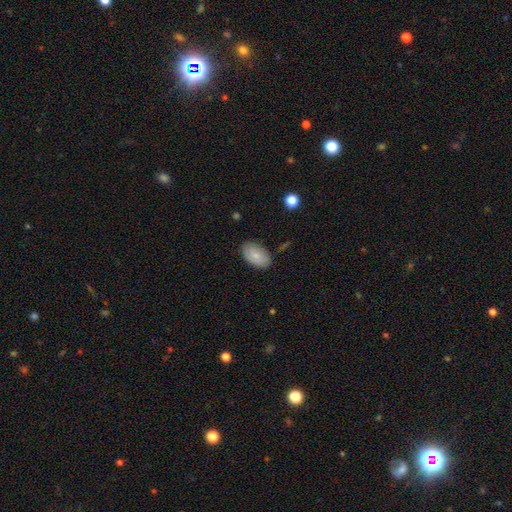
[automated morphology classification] Overall: smooth (79%). How rounded: in between (94%). Merging: none (83%).